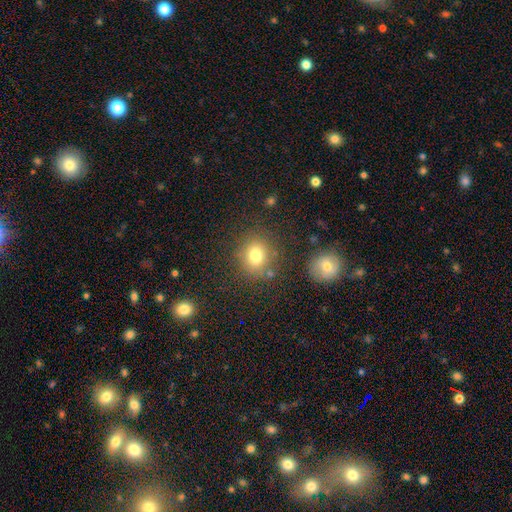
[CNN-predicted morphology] A smooth galaxy with no disk features (76%) that is round (77%).

Vote fractions:
- Smooth or featured? smooth: 76% / star or artifact: 14% / featured or disk: 10%
- How rounded? round: 77% / in between: 22% / cigar-shaped: 1%
- Merging? none: 79% / minor disturbance: 11% / merger: 6% / major disturbance: 4%